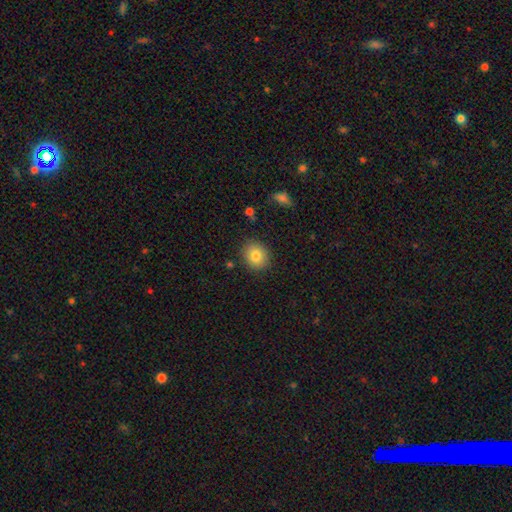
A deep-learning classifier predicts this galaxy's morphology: Q: Smooth or featured?
A: smooth (82%); runner-up: star or artifact (9%)
Q: How rounded?
A: round (72%); runner-up: in between (27%)
Q: Merging?
A: none (87%); runner-up: minor disturbance (8%)